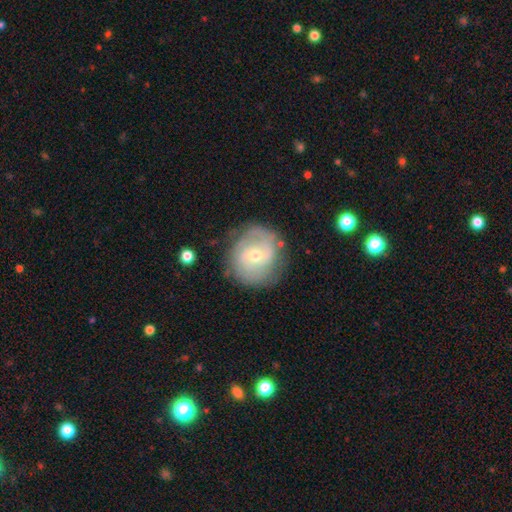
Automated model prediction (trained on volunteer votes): Smooth or featured: featured or disk — 75% (smooth — 19%)
Edge-on disk: no — 98% (yes — 2%)
Bar: no — 64% (weak — 30%)
Spiral arms: yes — 88% (no — 12%)
Spiral winding: tight — 58% (medium — 32%)
Spiral arm count: 2 — 58% (can't tell — 23%)
Bulge size: moderate — 57% (small — 39%)
Merging: none — 75% (minor disturbance — 17%)